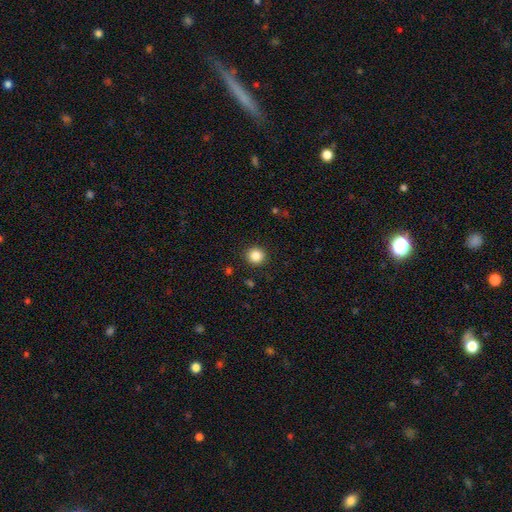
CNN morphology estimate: Smooth or featured?
  - smooth: 85% *
  - star or artifact: 10%
  - featured or disk: 4%
How rounded?
  - round: 92% *
  - in between: 7%
  - cigar-shaped: 1%
Merging?
  - none: 92% *
  - minor disturbance: 5%
  - major disturbance: 2%
  - merger: 1%